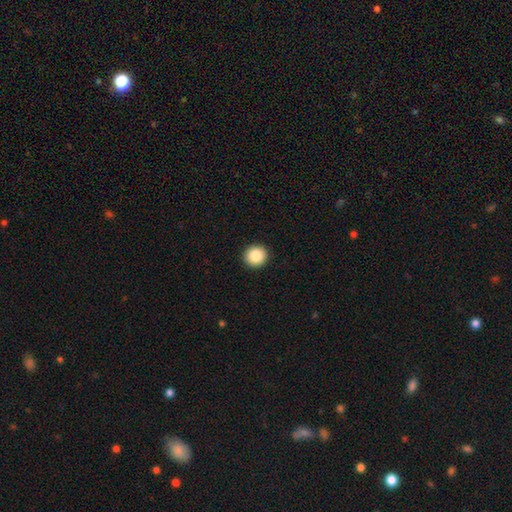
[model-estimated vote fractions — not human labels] Morphology: type=smooth (86%); roundness=round (93%); merging=none (93%).